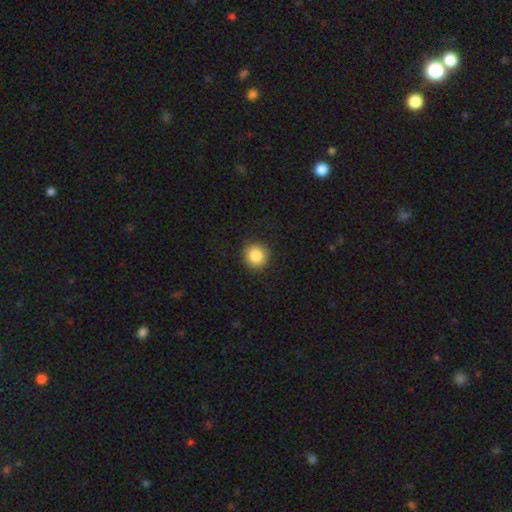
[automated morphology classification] Smooth or featured: smooth — 85% (star or artifact — 9%)
How rounded: round — 93% (in between — 6%)
Merging: none — 91% (minor disturbance — 7%)